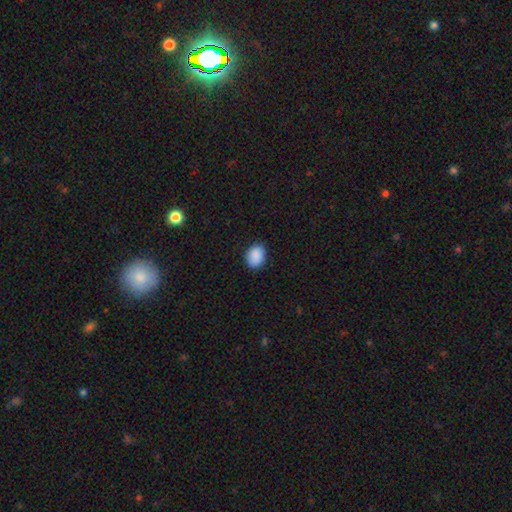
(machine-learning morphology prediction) The model was most divided on "how rounded": in between: 61%, round: 38%, cigar-shaped: 1%. More confident: smooth or featured — smooth (90%); merging — none (85%).